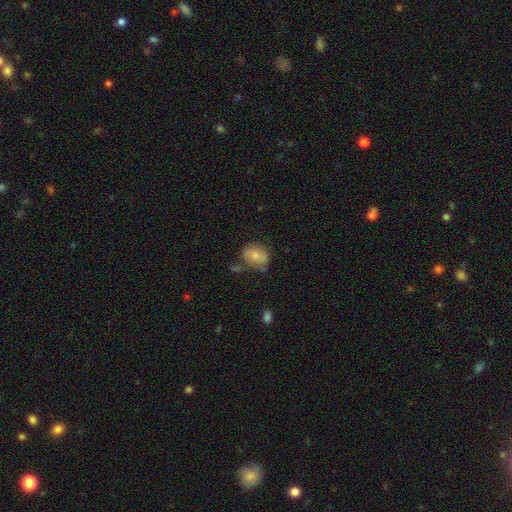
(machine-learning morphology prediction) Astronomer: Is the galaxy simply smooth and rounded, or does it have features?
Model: smooth — 70%.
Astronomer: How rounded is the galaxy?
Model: in between — 57% (runner-up: round, 42%).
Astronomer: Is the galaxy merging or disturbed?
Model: none — 54% (runner-up: minor disturbance, 29%).